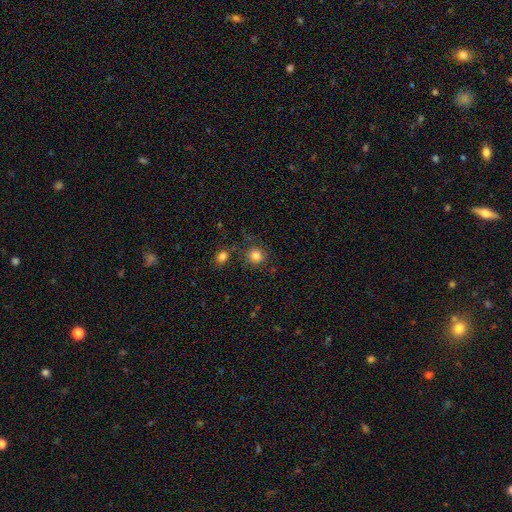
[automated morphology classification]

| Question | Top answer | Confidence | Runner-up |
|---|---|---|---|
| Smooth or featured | smooth | 81% | star or artifact (12%) |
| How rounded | round | 90% | in between (9%) |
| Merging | none | 80% | minor disturbance (10%) |